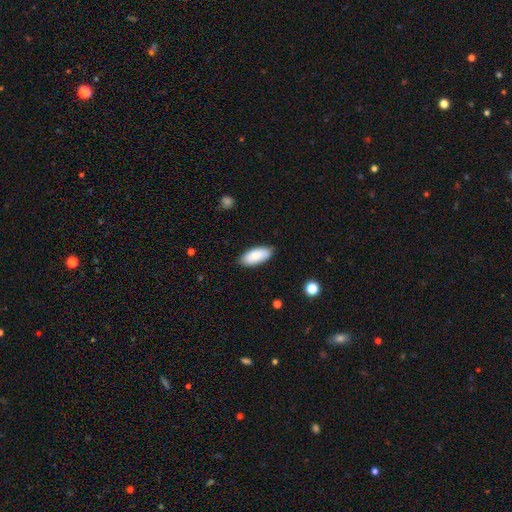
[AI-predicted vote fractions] Smooth or featured?
  - smooth: 85% *
  - featured or disk: 9%
  - star or artifact: 6%
How rounded?
  - in between: 90% *
  - cigar-shaped: 9%
  - round: 2%
Merging?
  - none: 86% *
  - minor disturbance: 11%
  - major disturbance: 2%
  - merger: 1%